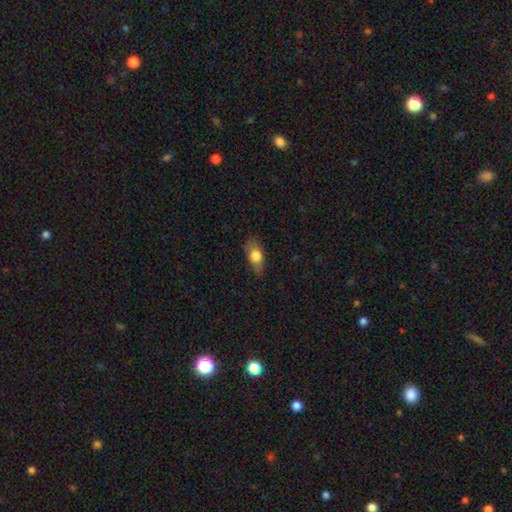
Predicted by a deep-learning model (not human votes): Overall: smooth (72%). How rounded: in between (76%). Merging: none (70%).